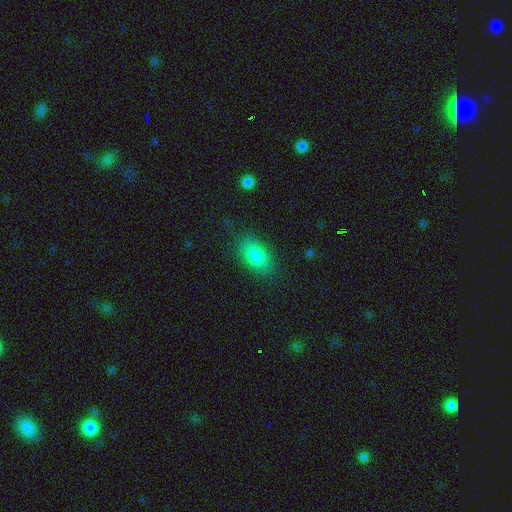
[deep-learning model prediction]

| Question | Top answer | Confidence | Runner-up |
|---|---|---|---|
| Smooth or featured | smooth | 82% | featured or disk (9%) |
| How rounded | in between | 89% | round (8%) |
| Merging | none | 82% | minor disturbance (13%) |